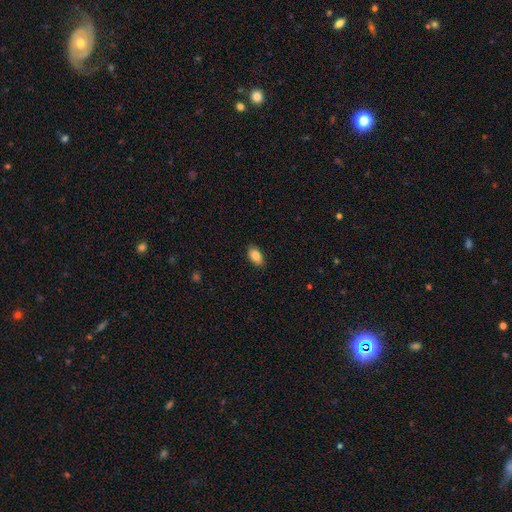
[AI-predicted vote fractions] This appears to be a smooth galaxy with no disk features (85%) that is in between round and cigar-shaped (92%). Merging: none (87%).